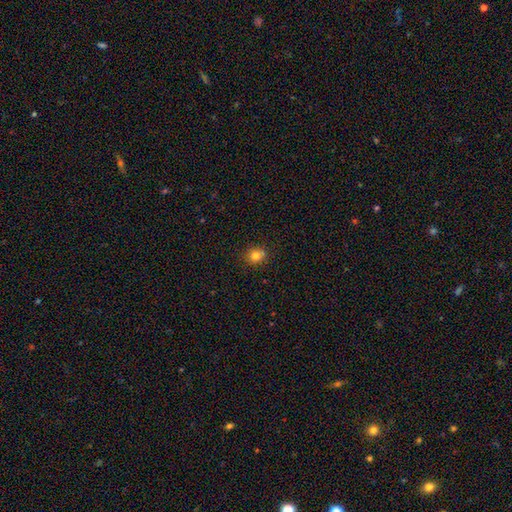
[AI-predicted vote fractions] Overall: smooth (79%). How rounded: round (84%). Merging: none (76%).